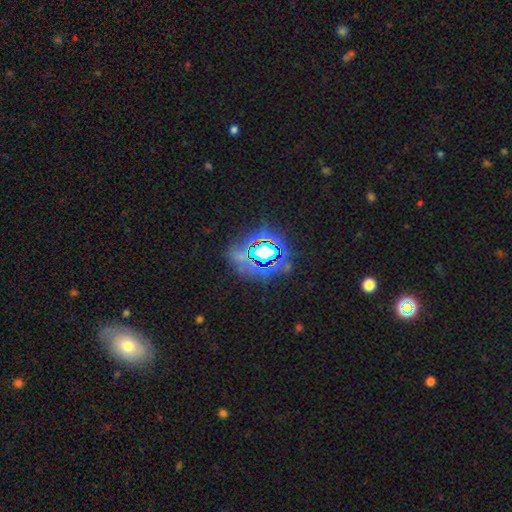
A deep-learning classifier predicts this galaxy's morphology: Smooth or featured?
  - star or artifact: 72% *
  - smooth: 16%
  - featured or disk: 12%